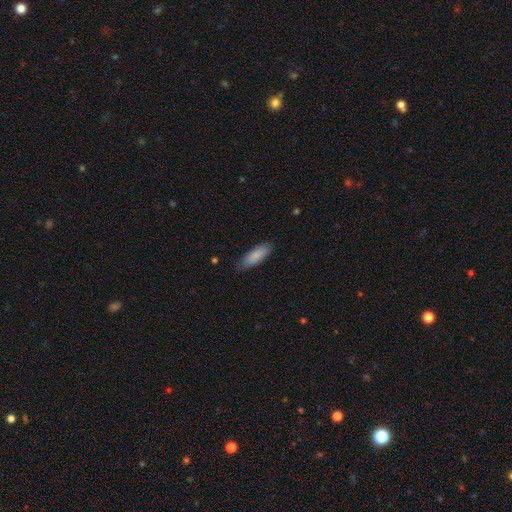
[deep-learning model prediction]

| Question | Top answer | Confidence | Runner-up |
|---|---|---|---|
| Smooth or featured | smooth | 88% | featured or disk (6%) |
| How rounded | in between | 57% | cigar-shaped (41%) |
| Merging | none | 86% | minor disturbance (11%) |